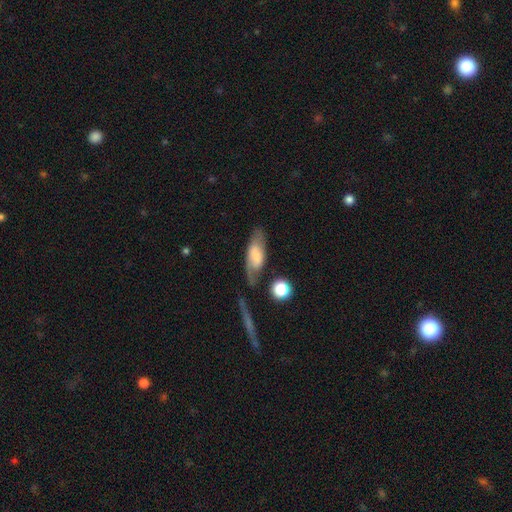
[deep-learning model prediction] This appears to be a smooth galaxy with no disk features (55%) that is in between round and cigar-shaped (77%). Merging: none (57%).